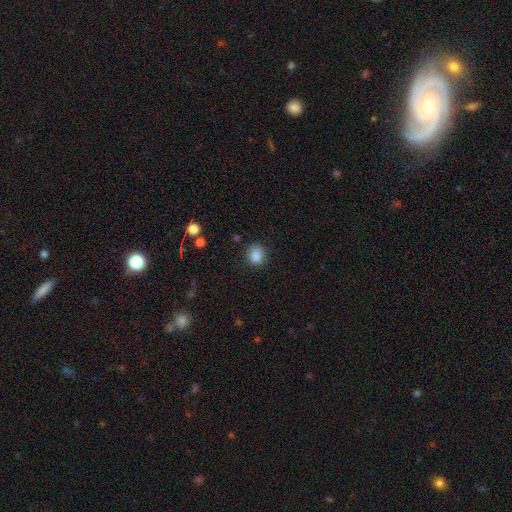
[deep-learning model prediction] smooth_or_featured: smooth (p=0.86) [alt: star or artifact p=0.10]
how_rounded: round (p=0.78) [alt: in between p=0.21]
merging: none (p=0.81) [alt: minor disturbance p=0.13]